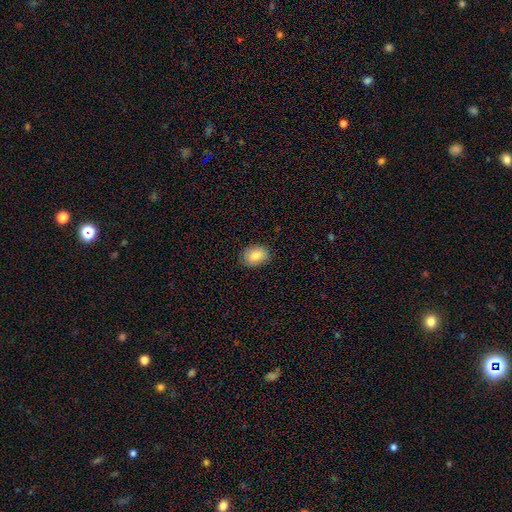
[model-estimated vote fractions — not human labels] Smooth or featured: smooth — 84% (featured or disk — 8%)
How rounded: in between — 71% (round — 28%)
Merging: none — 87% (minor disturbance — 10%)